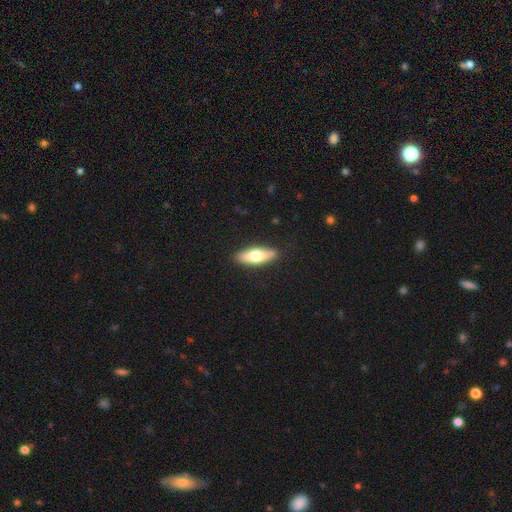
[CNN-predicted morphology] smooth-or-featured: smooth: 64% | featured or disk: 30% | star or artifact: 6%
  how-rounded: in between: 62% | cigar-shaped: 36% | round: 2%
  merging: none: 87% | minor disturbance: 9% | major disturbance: 2% | merger: 1%